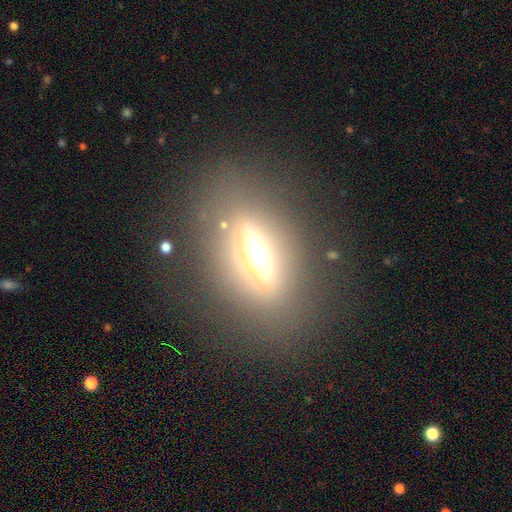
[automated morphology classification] smooth-or-featured: featured or disk: 59% | smooth: 26% | star or artifact: 15%
  disk-edge-on: yes: 81% | no: 19%
  merging: none: 78% | minor disturbance: 11% | major disturbance: 9% | merger: 2%